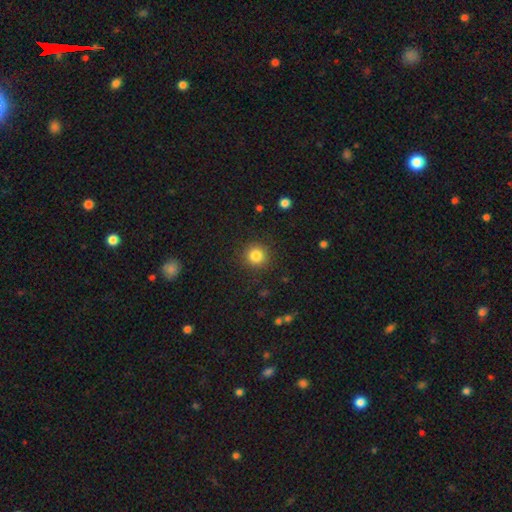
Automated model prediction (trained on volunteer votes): Smooth or featured: smooth — 84% (star or artifact — 11%)
How rounded: round — 93% (in between — 6%)
Merging: none — 90% (minor disturbance — 6%)